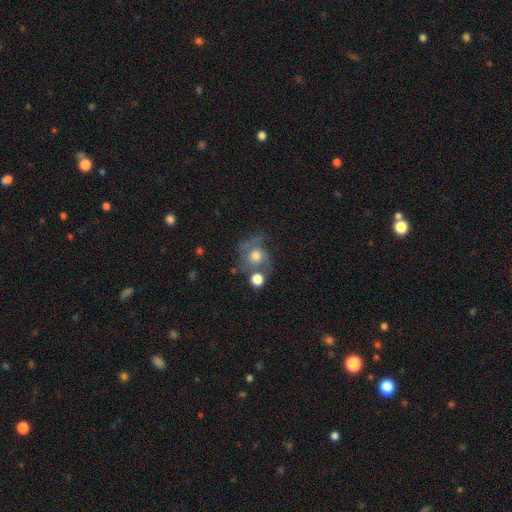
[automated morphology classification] Smooth or featured?
  - smooth: 45% *
  - featured or disk: 43%
  - star or artifact: 12%
Merging?
  - none: 43% *
  - merger: 21%
  - minor disturbance: 20%
  - major disturbance: 17%